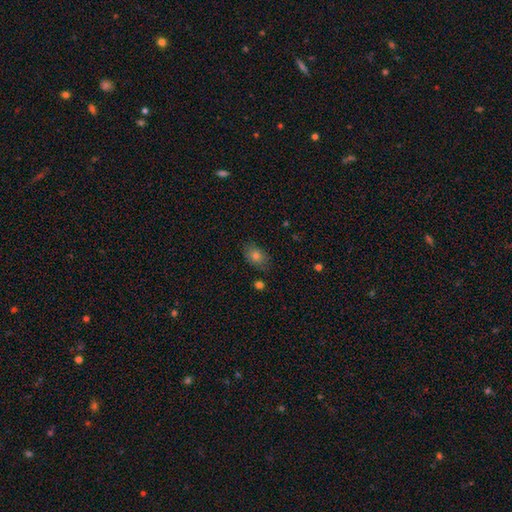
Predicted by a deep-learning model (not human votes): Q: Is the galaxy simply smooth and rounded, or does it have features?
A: smooth — 74%.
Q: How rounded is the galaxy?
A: in between — 75%.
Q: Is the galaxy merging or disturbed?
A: none — 80%.